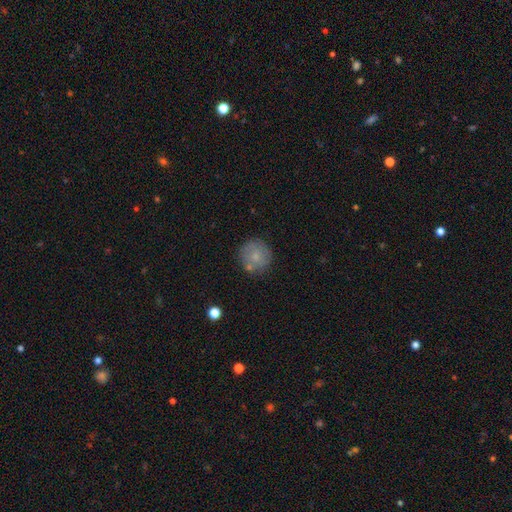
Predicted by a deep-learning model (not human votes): A smooth galaxy with no disk features (74%) that is round (93%).

Vote fractions:
- Smooth or featured? smooth: 74% / featured or disk: 18% / star or artifact: 8%
- How rounded? round: 93% / in between: 6% / cigar-shaped: 1%
- Merging? none: 74% / minor disturbance: 14% / merger: 8% / major disturbance: 4%